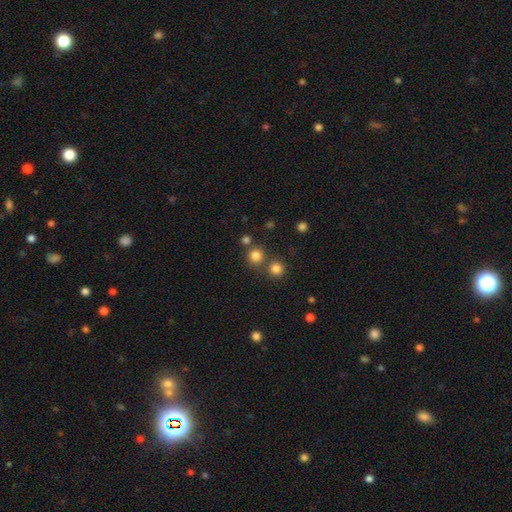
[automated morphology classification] Smooth or featured? smooth (79%)
How rounded? round (93%)
Merging? none (72%)